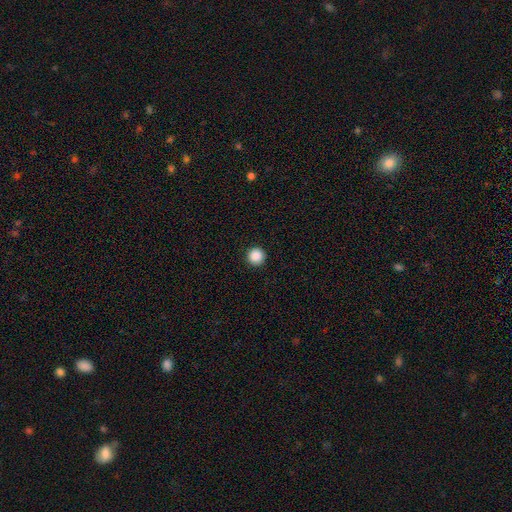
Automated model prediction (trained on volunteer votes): smooth-or-featured: smooth: 88% | star or artifact: 10% | featured or disk: 2%
  how-rounded: round: 96% | in between: 3% | cigar-shaped: 1%
  merging: none: 93% | minor disturbance: 4% | major disturbance: 2% | merger: 1%